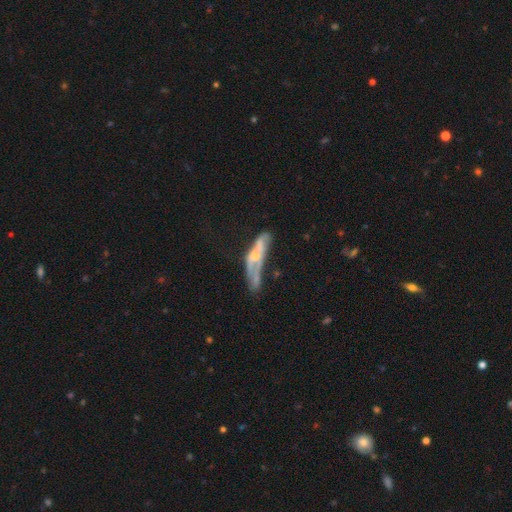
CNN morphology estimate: Overall: featured or disk (59%; smooth 34%). Edge-on disk: no (64%; yes 36%). Merging: major disturbance (34%; none 28%).